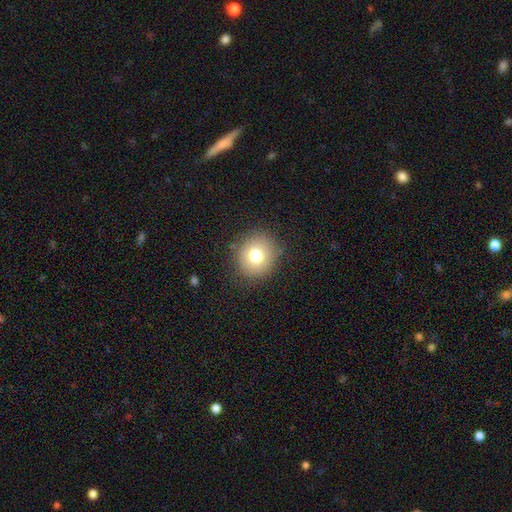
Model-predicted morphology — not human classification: smooth_or_featured: smooth (p=0.75) [alt: star or artifact p=0.13]
how_rounded: round (p=0.88) [alt: in between p=0.11]
merging: none (p=0.87) [alt: minor disturbance p=0.08]